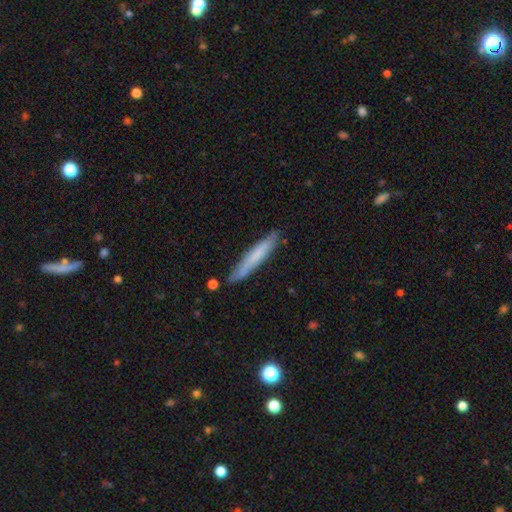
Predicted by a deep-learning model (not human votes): Smooth or featured?
  - smooth: 63% *
  - featured or disk: 31%
  - star or artifact: 6%
How rounded?
  - cigar-shaped: 94% *
  - in between: 5%
  - round: 1%
Merging?
  - none: 81% *
  - minor disturbance: 14%
  - merger: 2%
  - major disturbance: 2%